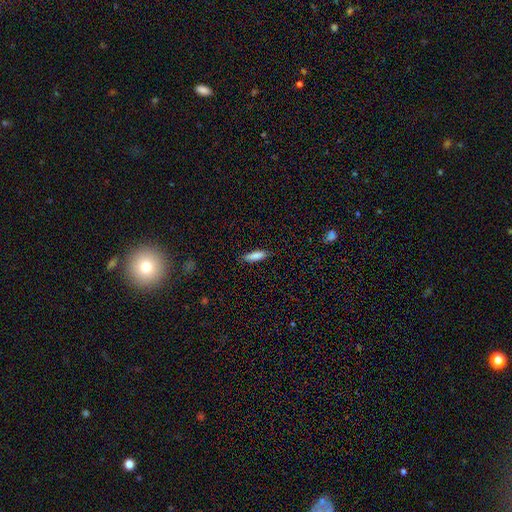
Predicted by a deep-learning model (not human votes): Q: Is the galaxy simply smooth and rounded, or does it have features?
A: smooth — 85%.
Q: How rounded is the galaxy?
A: cigar-shaped — 51%.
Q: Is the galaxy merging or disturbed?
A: none — 84%.